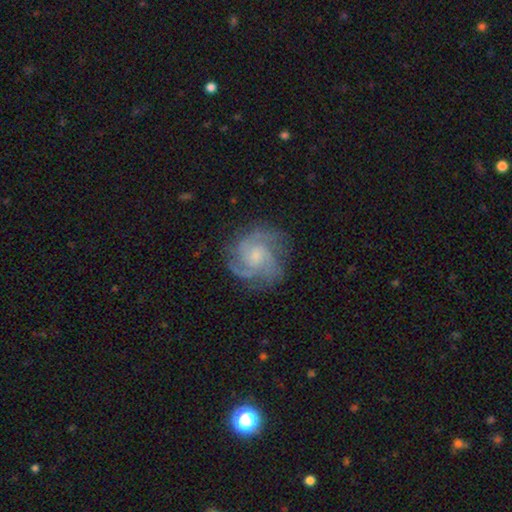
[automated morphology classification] This is clearly a featured or disk galaxy (82%). It is clearly not viewed edge-on (98%). Bar: likely no (62%). Spiral arm pattern: clearly yes (96%). Spiral arm count: marginally 3 (39%). Spiral winding: possibly tight (45%). Central bulge: possibly small (46%). Merging: likely none (73%).